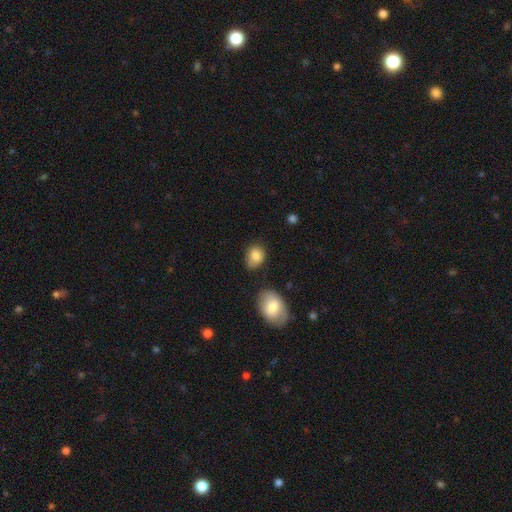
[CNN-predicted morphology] smooth-or-featured: smooth: 85% | star or artifact: 8% | featured or disk: 7%
  how-rounded: in between: 62% | round: 36% | cigar-shaped: 1%
  merging: none: 58% | minor disturbance: 29% | major disturbance: 7% | merger: 6%